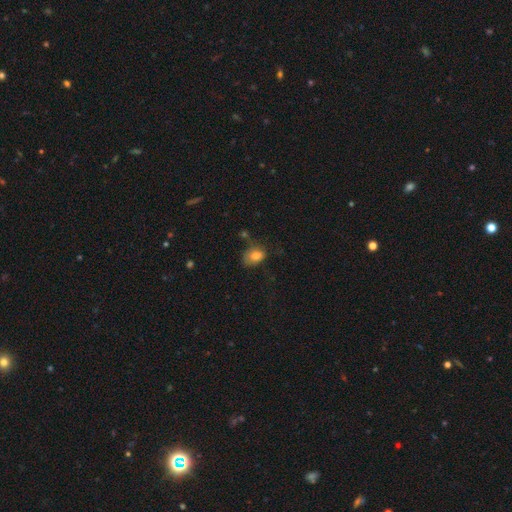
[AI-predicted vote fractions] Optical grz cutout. It shows a smooth galaxy with no disk features (80%) that is in between round and cigar-shaped (73%). Merging: none (47%).